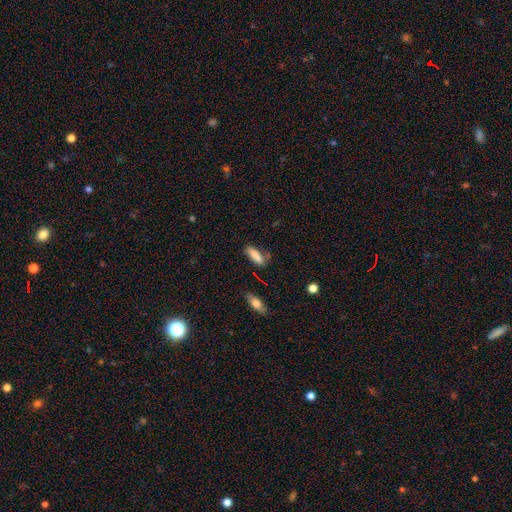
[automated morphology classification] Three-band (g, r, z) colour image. It shows a smooth galaxy with no disk features (83%) that is cigar-shaped (50%). Merging: none (65%).